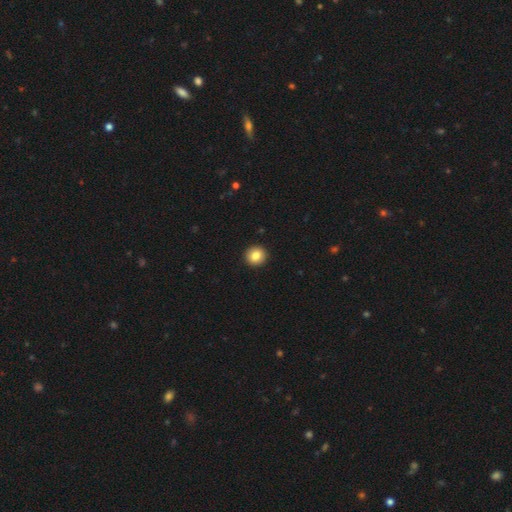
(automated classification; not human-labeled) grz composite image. It shows a smooth galaxy with no disk features (84%) that is round (93%). Merging: none (94%).